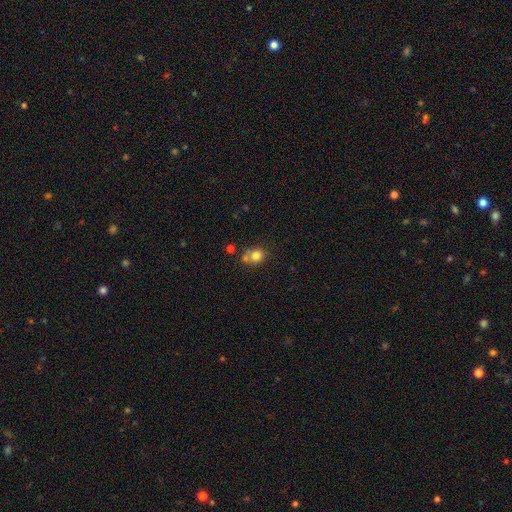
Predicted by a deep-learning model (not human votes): This is likely a smooth galaxy (78%). How rounded: likely round (74%). Merging: possibly none (50%).